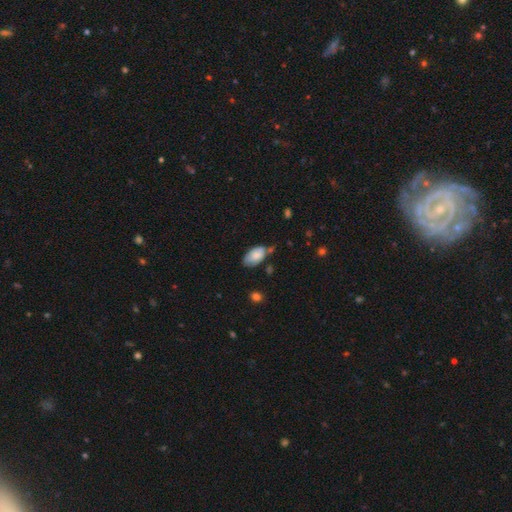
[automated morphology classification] type=smooth (76%); roundness=in between (94%); merging=none (51%).